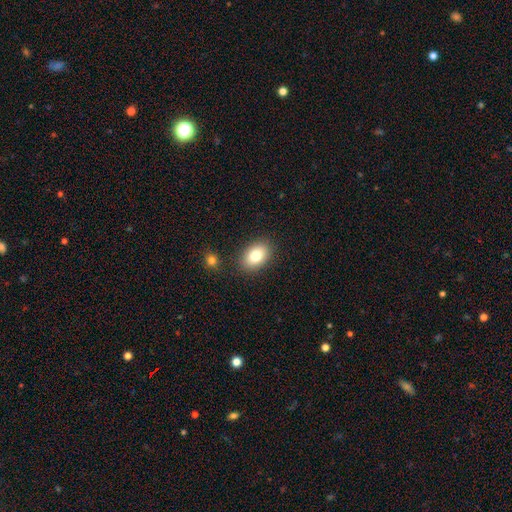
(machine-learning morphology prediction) Smooth or featured? smooth (80%)
How rounded? in between (83%)
Merging? none (86%)